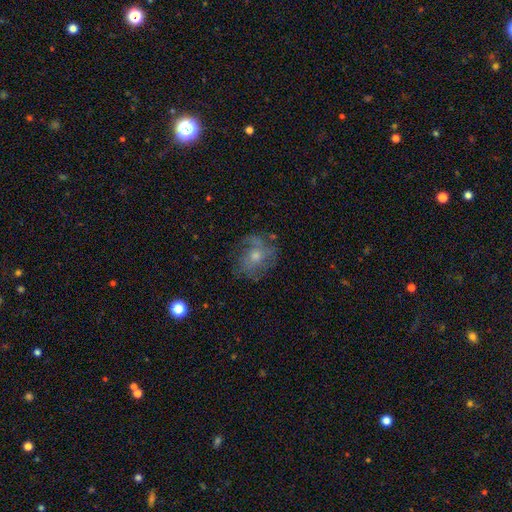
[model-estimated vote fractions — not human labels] Smooth or featured? featured or disk (59%)
Edge-on disk? no (97%)
Bar? no (80%)
Spiral arms? yes (74%)
Bulge size? small (57%)
Merging? none (59%)